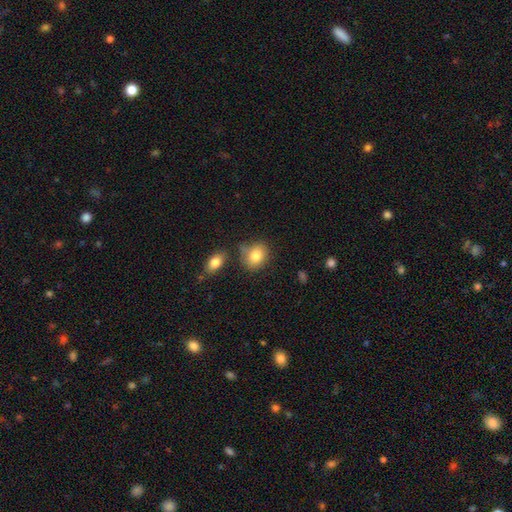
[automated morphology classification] smooth-or-featured: smooth: 82% | featured or disk: 9% | star or artifact: 8%
  how-rounded: in between: 50% | round: 49% | cigar-shaped: 1%
  merging: none: 64% | minor disturbance: 19% | merger: 12% | major disturbance: 5%